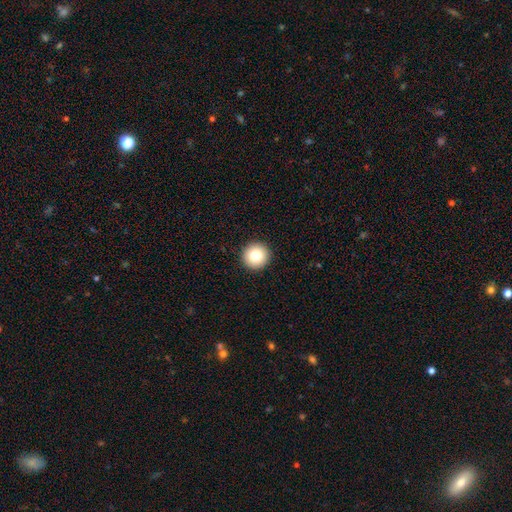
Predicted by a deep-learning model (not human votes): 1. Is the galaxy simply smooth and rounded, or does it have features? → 81% smooth, 10% star or artifact, 9% featured or disk.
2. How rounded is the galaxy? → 96% round, 3% in between, 1% cigar-shaped.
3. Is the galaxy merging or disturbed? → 94% none, 4% minor disturbance, 1% major disturbance, 1% merger.